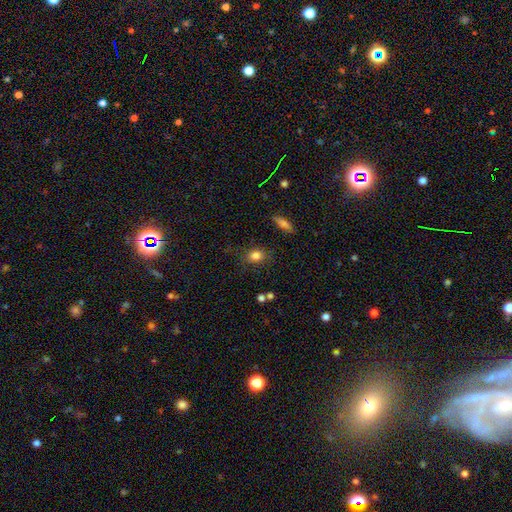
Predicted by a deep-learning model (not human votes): Smooth or featured? smooth (83%)
How rounded? in between (58%)
Merging? none (80%)